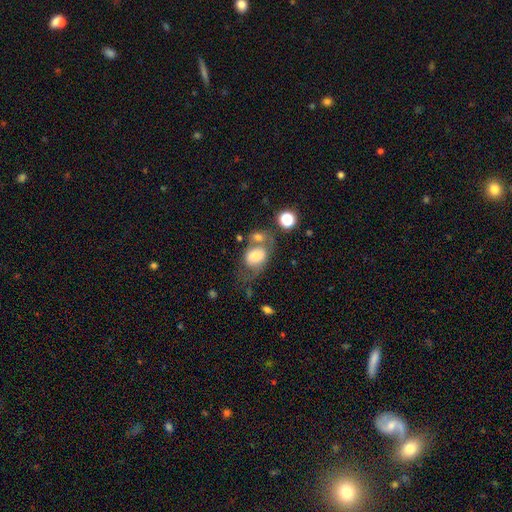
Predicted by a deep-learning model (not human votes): This is likely a smooth galaxy (61%). How rounded: likely in between (70%). Merging: marginally none (32%).